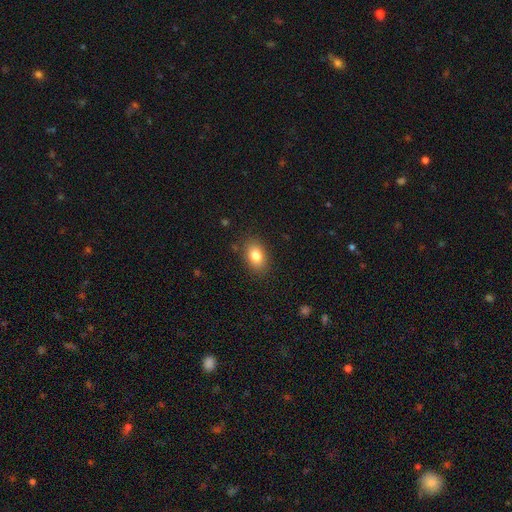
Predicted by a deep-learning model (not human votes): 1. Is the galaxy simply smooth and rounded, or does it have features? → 82% smooth, 9% featured or disk, 9% star or artifact.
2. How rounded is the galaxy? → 83% in between, 15% round, 2% cigar-shaped.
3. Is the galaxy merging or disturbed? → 85% none, 11% minor disturbance, 3% major disturbance, 1% merger.